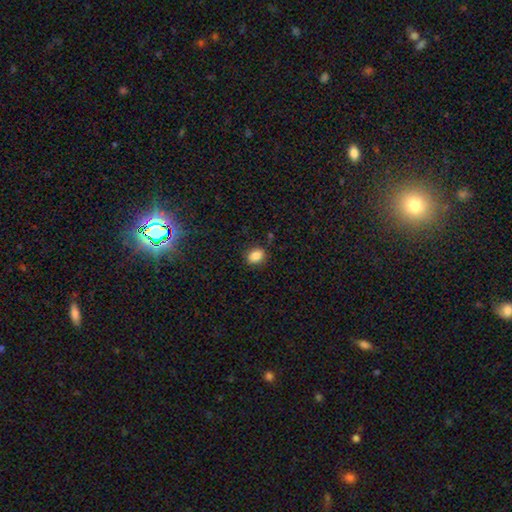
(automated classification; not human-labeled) A smooth galaxy with no disk features (85%) that is in between round and cigar-shaped (62%).

Vote fractions:
- Smooth or featured? smooth: 85% / star or artifact: 10% / featured or disk: 5%
- How rounded? in between: 62% / round: 36% / cigar-shaped: 1%
- Merging? none: 86% / minor disturbance: 10% / major disturbance: 2% / merger: 2%